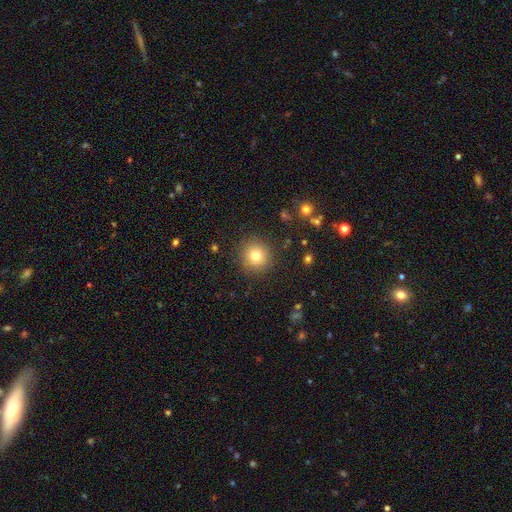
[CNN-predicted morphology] A smooth galaxy with no disk features (77%) that is round (94%).

Vote fractions:
- Smooth or featured? smooth: 77% / star or artifact: 13% / featured or disk: 10%
- How rounded? round: 94% / in between: 5% / cigar-shaped: 1%
- Merging? none: 89% / minor disturbance: 7% / major disturbance: 3% / merger: 1%